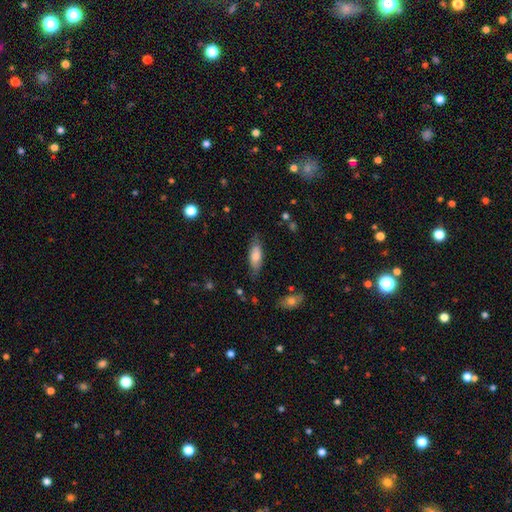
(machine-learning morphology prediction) smooth 74%, featured or disk 19%, star or artifact 6%. Down the decision tree: how rounded — in between (70%); merging — none (74%).